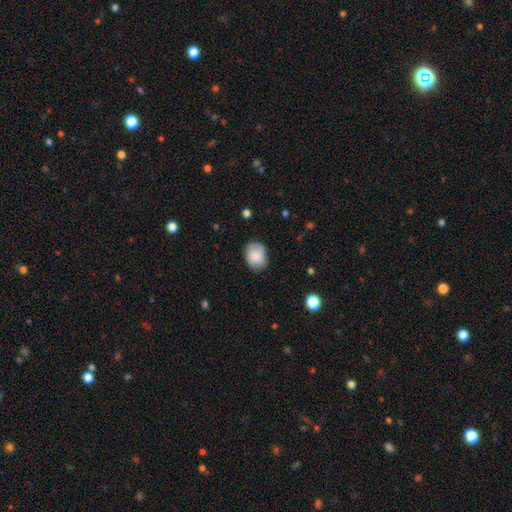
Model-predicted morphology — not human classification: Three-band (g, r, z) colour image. It shows a smooth galaxy with no disk features (80%) that is in between round and cigar-shaped (63%). Merging: none (73%).